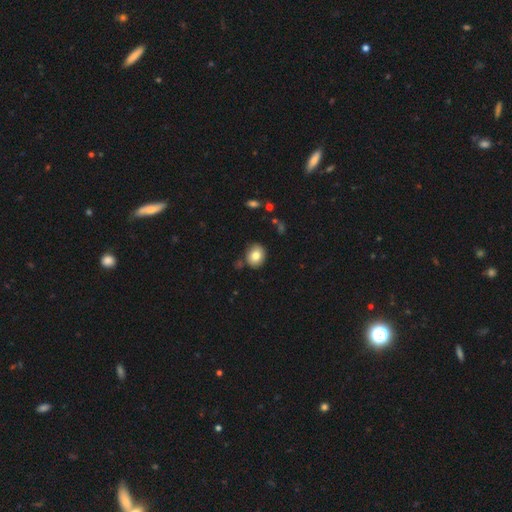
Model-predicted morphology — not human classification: Smooth or featured? smooth (80%)
How rounded? round (60%)
Merging? none (83%)